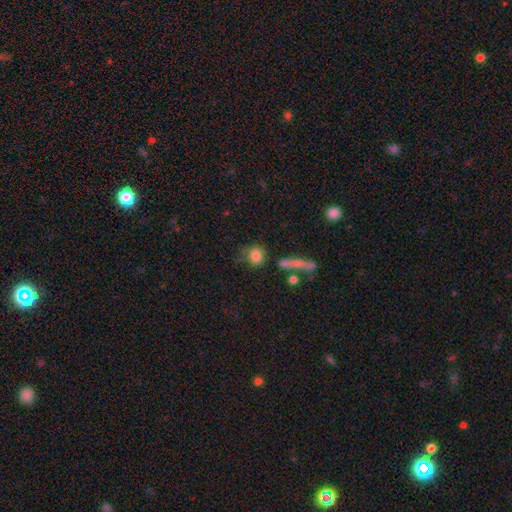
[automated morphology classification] smooth-or-featured: smooth: 82% | star or artifact: 10% | featured or disk: 8%
  how-rounded: round: 72% | in between: 23% | cigar-shaped: 5%
  merging: none: 68% | minor disturbance: 16% | merger: 9% | major disturbance: 7%